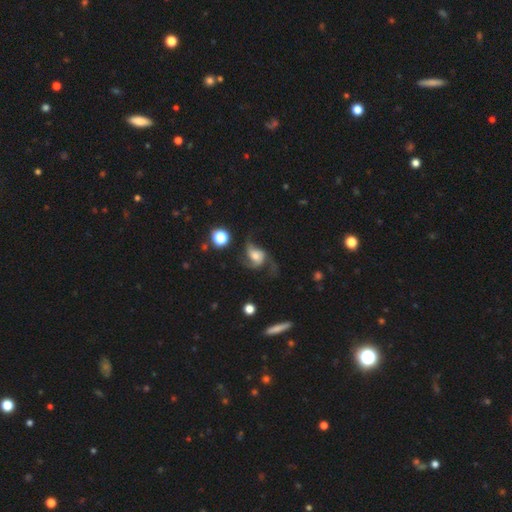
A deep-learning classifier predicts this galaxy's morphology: This appears to be a featured or disk galaxy (73%) with no bar (60%), 2 (52%) loose (60%) spiral arms (92%) and a moderate central bulge (47%). Merging: none (46%).